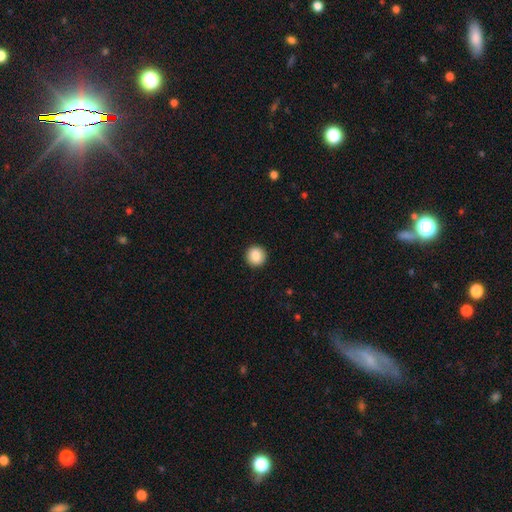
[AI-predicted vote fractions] A smooth galaxy with no disk features (88%) that is round (94%). Merging: none (93%).